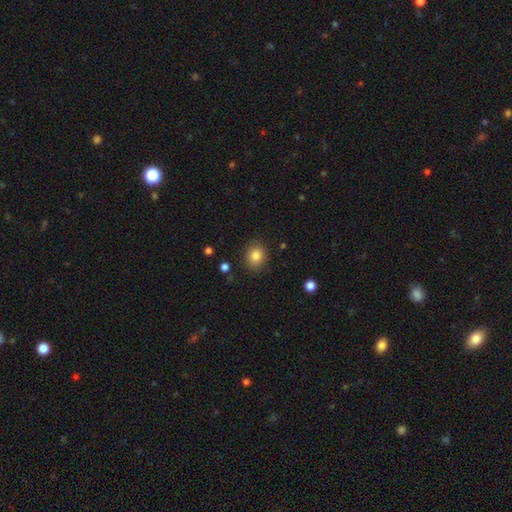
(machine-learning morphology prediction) Q: Smooth or featured?
A: smooth (83%); runner-up: star or artifact (10%)
Q: How rounded?
A: round (70%); runner-up: in between (29%)
Q: Merging?
A: none (87%); runner-up: minor disturbance (9%)